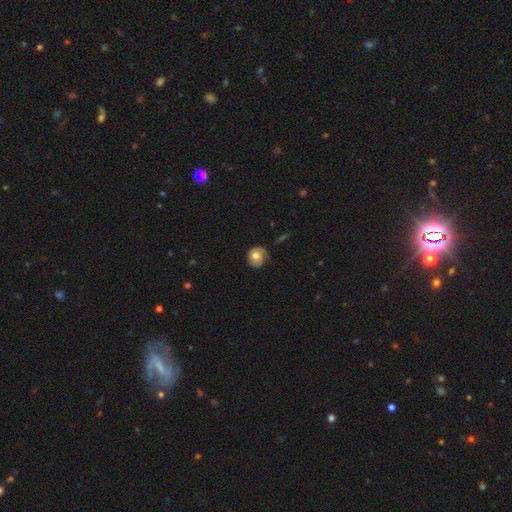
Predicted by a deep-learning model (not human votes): Q: Smooth or featured?
A: smooth (63%); runner-up: featured or disk (29%)
Q: How rounded?
A: round (78%); runner-up: in between (21%)
Q: Merging?
A: none (64%); runner-up: minor disturbance (26%)